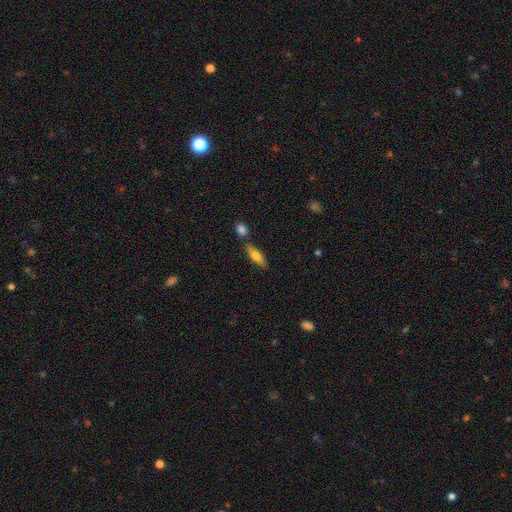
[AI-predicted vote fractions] smooth 73%, featured or disk 21%, star or artifact 7%. Down the decision tree: how rounded — in between (54%); merging — none (74%).